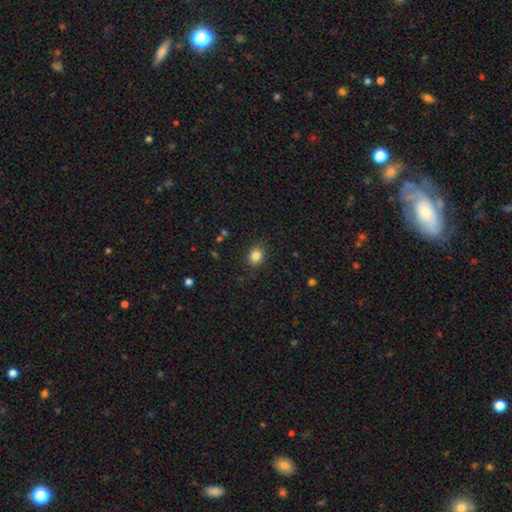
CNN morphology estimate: This is clearly a smooth galaxy (85%). How rounded: possibly round (50%). Merging: clearly none (86%).